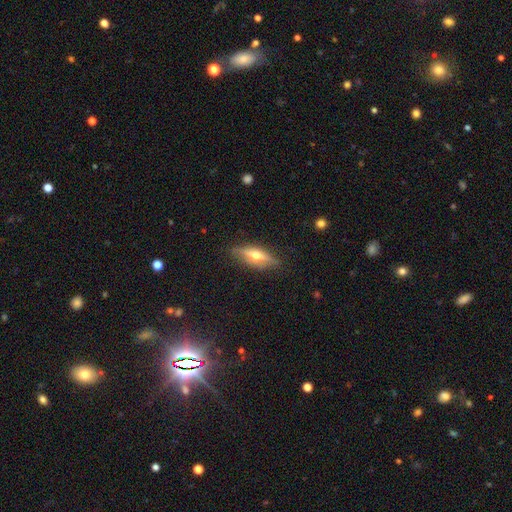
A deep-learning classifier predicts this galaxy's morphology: Q: Smooth or featured?
A: featured or disk (59%); runner-up: smooth (34%)
Q: Edge-on disk?
A: yes (90%); runner-up: no (10%)
Q: Edge-on bulge?
A: rounded (92%); runner-up: boxy (5%)
Q: Merging?
A: none (83%); runner-up: minor disturbance (13%)